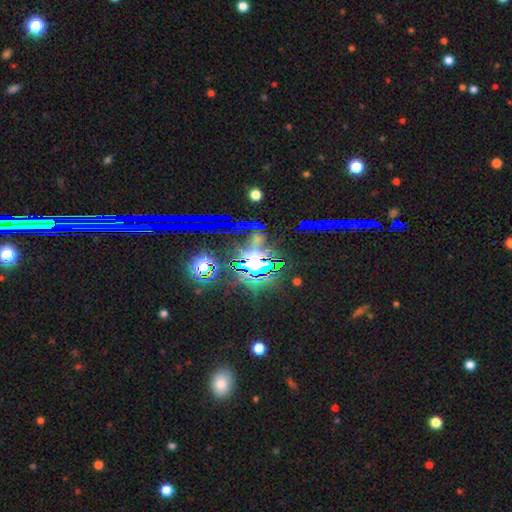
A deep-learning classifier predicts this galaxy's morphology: star or artifact 77%, smooth 12%, featured or disk 11%.